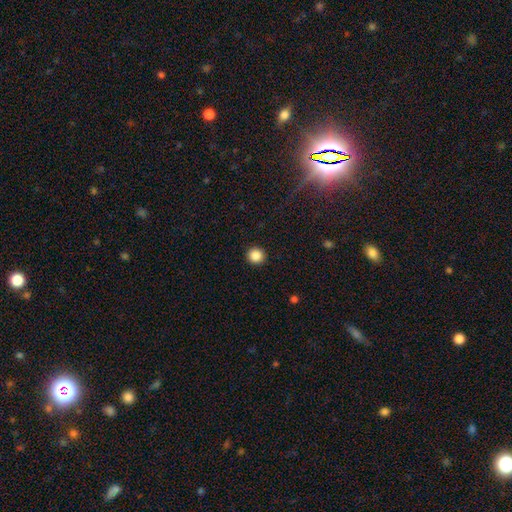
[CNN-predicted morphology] Smooth or featured: smooth — 86% (star or artifact — 10%)
How rounded: round — 94% (in between — 5%)
Merging: none — 93% (minor disturbance — 4%)